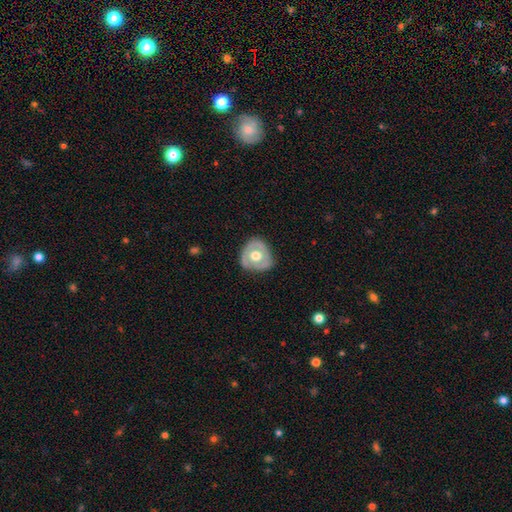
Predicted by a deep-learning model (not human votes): This appears to be a featured or disk galaxy (59%) with no bar (84%), no spiral arms (67%) and a moderate central bulge (58%). Merging: none (75%).